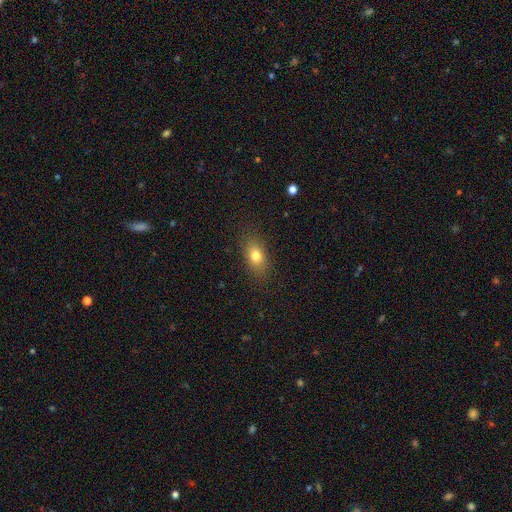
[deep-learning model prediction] Smooth or featured?
  - smooth: 78% *
  - featured or disk: 12%
  - star or artifact: 10%
How rounded?
  - in between: 79% *
  - round: 15%
  - cigar-shaped: 5%
Merging?
  - none: 85% *
  - minor disturbance: 11%
  - major disturbance: 4%
  - merger: 1%